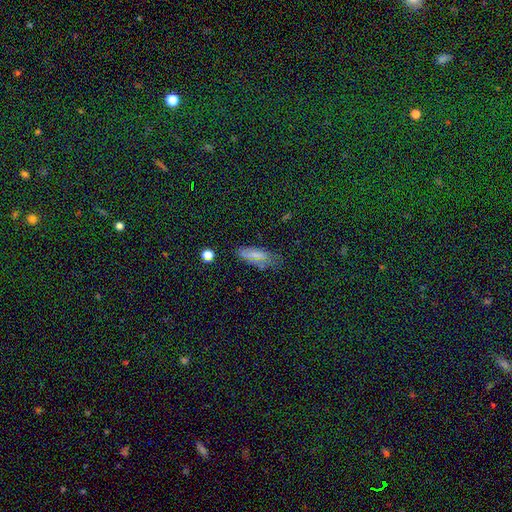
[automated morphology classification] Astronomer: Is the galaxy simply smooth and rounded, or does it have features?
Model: smooth — 63%.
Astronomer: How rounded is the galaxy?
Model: in between — 69%.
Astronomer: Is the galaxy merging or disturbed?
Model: none — 63%.